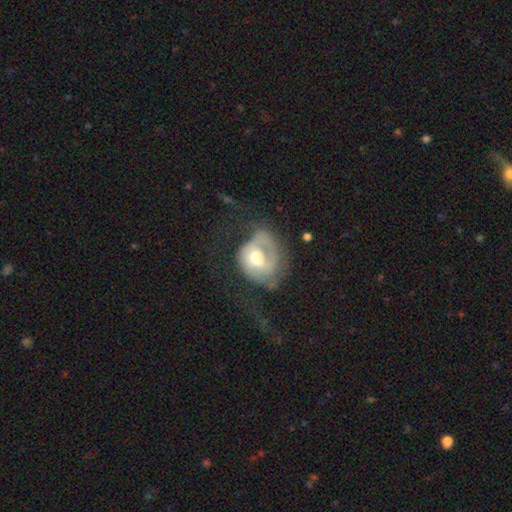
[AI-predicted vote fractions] Q: Smooth or featured?
A: featured or disk (65%); runner-up: smooth (28%)
Q: Edge-on disk?
A: no (97%); runner-up: yes (3%)
Q: Bar?
A: no (64%); runner-up: weak (29%)
Q: Spiral arms?
A: yes (72%); runner-up: no (28%)
Q: Bulge size?
A: moderate (59%); runner-up: large (29%)
Q: Merging?
A: major disturbance (42%); runner-up: none (33%)